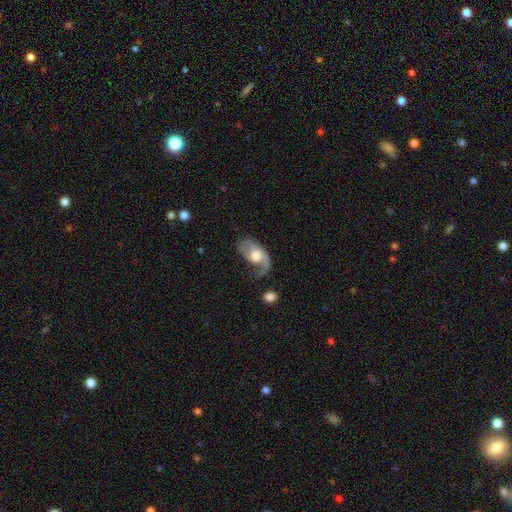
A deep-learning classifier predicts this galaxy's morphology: Smooth or featured?
  - featured or disk: 76% *
  - smooth: 18%
  - star or artifact: 5%
Edge-on disk?
  - no: 96% *
  - yes: 4%
Bar?
  - no: 66% *
  - weak: 28%
  - strong: 6%
Spiral arms?
  - yes: 89% *
  - no: 11%
Spiral winding?
  - loose: 46% *
  - medium: 39%
  - tight: 15%
Spiral arm count?
  - 2: 52% *
  - 1: 40%
  - can't tell: 5%
  - 3: 1%
  - 4: 1%
  - more than 4: 1%
Bulge size?
  - moderate: 49% *
  - large: 36%
  - small: 8%
  - dominant: 3%
  - none: 3%
Merging?
  - none: 41% *
  - major disturbance: 32%
  - minor disturbance: 23%
  - merger: 4%